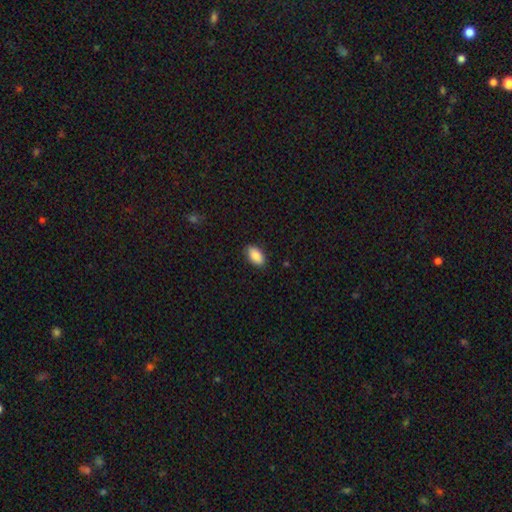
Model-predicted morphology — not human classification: Smooth or featured: smooth — 89% (star or artifact — 7%)
How rounded: in between — 94% (round — 4%)
Merging: none — 88% (minor disturbance — 9%)